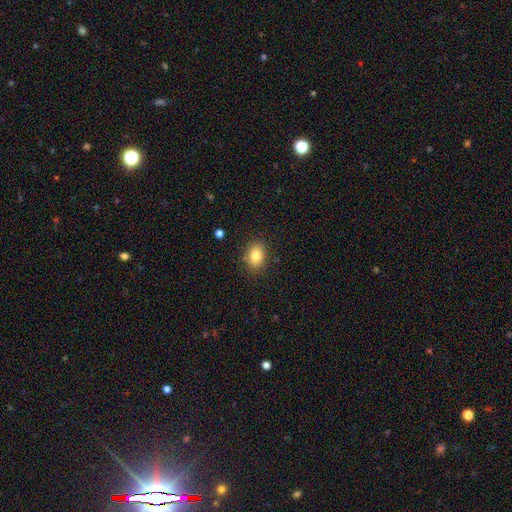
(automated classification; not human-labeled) Smooth or featured? Predicted: smooth (p=0.83). How rounded? Predicted: in between (p=0.73). Merging? Predicted: none (p=0.84).